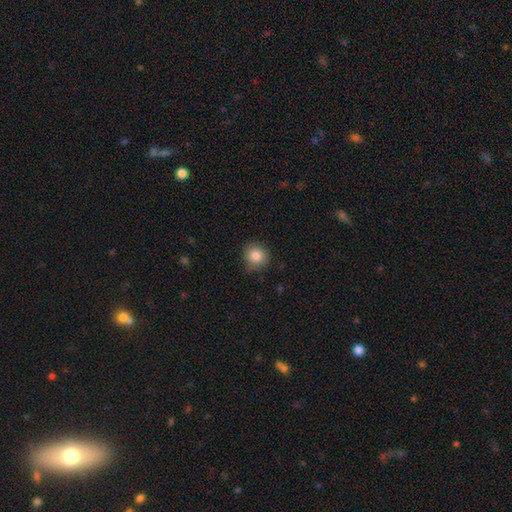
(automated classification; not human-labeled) Smooth or featured? Predicted: smooth (p=0.85). How rounded? Predicted: round (p=0.89). Merging? Predicted: none (p=0.81).